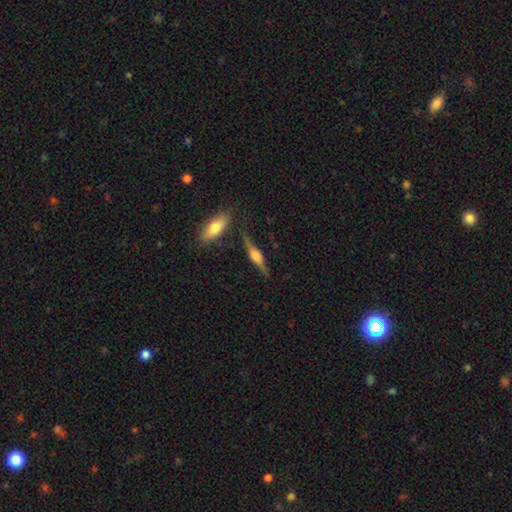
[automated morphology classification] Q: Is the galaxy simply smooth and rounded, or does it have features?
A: featured or disk — 70%.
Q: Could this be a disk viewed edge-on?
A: yes — 95%.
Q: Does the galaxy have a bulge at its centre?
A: rounded — 84%.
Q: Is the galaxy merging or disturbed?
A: none — 76%.